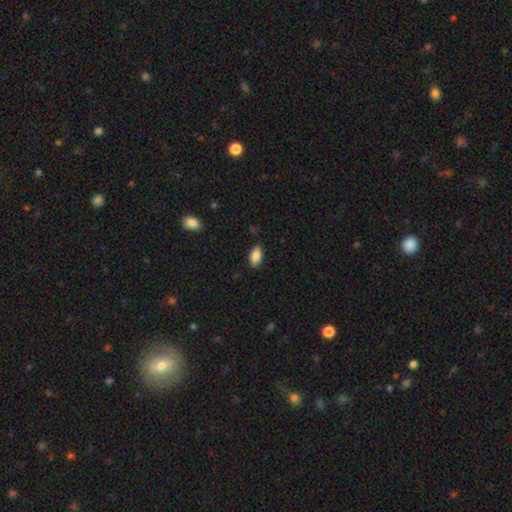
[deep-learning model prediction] Smooth or featured: smooth — 87% (star or artifact — 7%)
How rounded: in between — 92% (cigar-shaped — 4%)
Merging: none — 85% (minor disturbance — 12%)